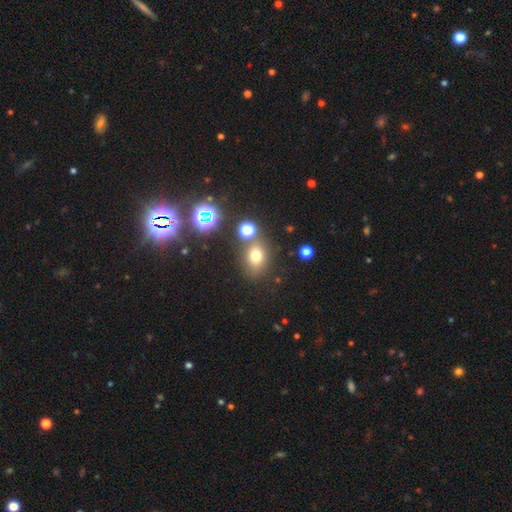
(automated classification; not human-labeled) Overall: smooth (68%). How rounded: round (50%; in between 48%). Merging: none (73%).